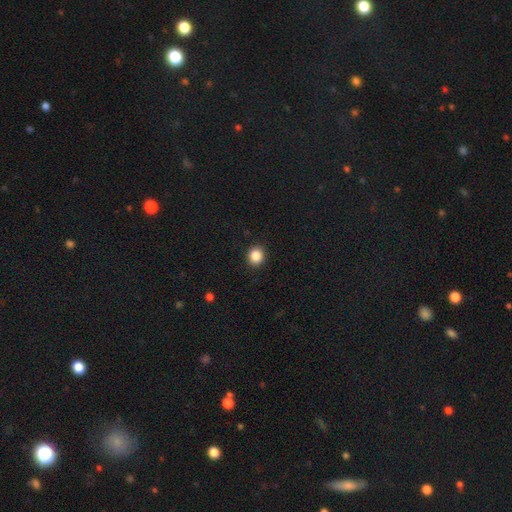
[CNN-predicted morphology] Smooth or featured: smooth — 87% (star or artifact — 10%)
How rounded: round — 81% (in between — 18%)
Merging: none — 92% (minor disturbance — 5%)